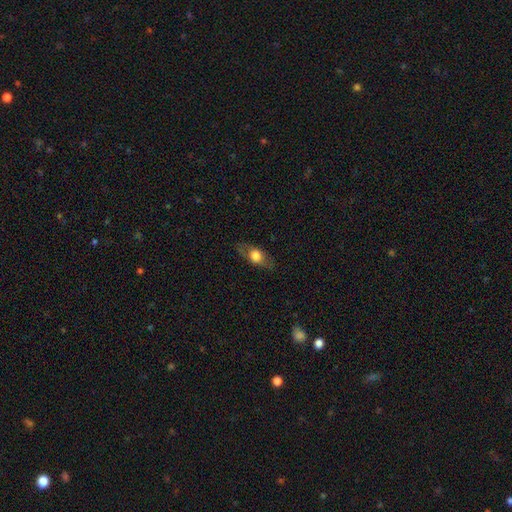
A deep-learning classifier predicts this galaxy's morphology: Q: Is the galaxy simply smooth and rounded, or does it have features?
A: smooth — 56%.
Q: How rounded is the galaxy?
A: in between — 70%.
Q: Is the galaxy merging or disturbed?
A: none — 80%.